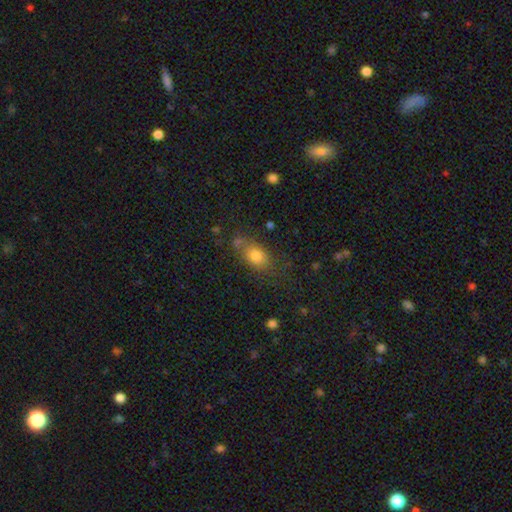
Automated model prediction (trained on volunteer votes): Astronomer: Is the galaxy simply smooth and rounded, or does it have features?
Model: smooth — 78%.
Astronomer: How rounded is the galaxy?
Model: in between — 74%.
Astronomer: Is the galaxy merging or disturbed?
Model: none — 62%.